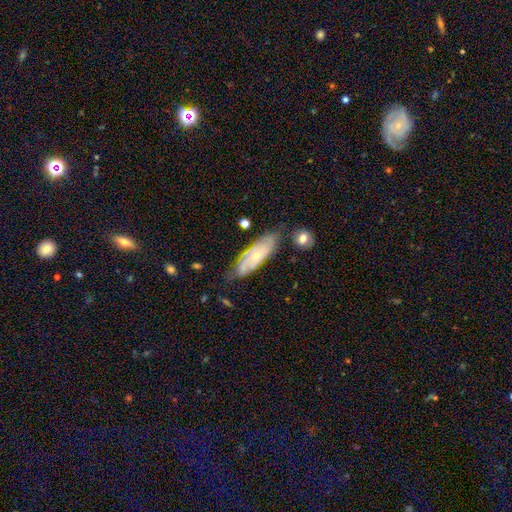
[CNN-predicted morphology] A featured or disk galaxy (62%). Merging: none (66%).